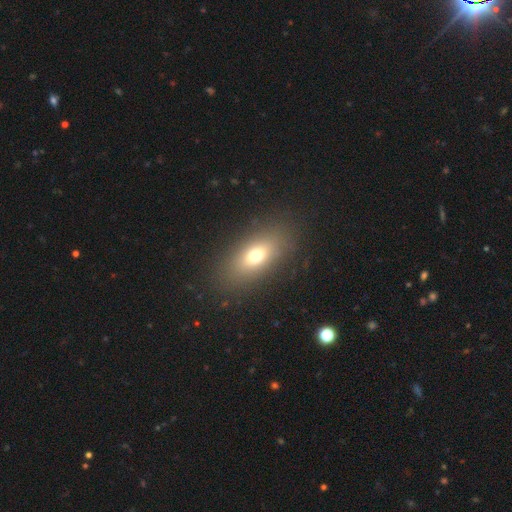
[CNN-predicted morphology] Smooth or featured? Predicted: smooth (p=0.68). How rounded? Predicted: in between (p=0.79). Merging? Predicted: none (p=0.86).